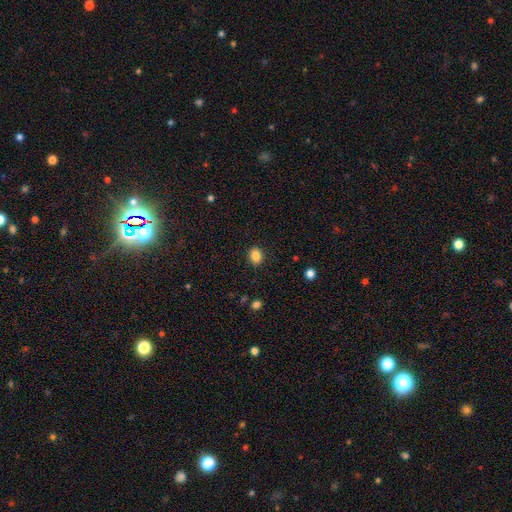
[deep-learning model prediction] A smooth galaxy with no disk features (86%) that is in between round and cigar-shaped (53%). Merging: none (88%).